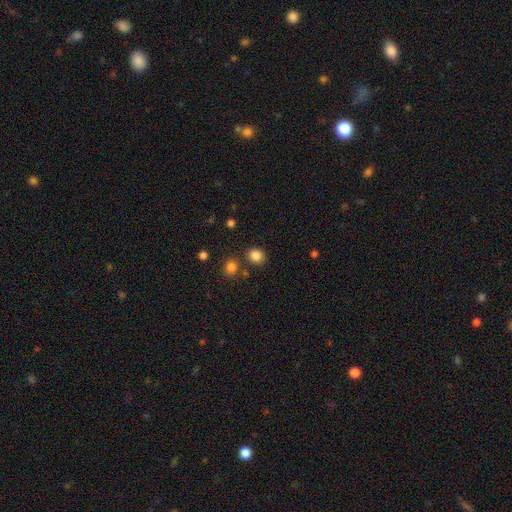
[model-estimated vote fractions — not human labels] Smooth or featured? Predicted: smooth (p=0.84). How rounded? Predicted: round (p=0.73). Merging? Predicted: none (p=0.80).